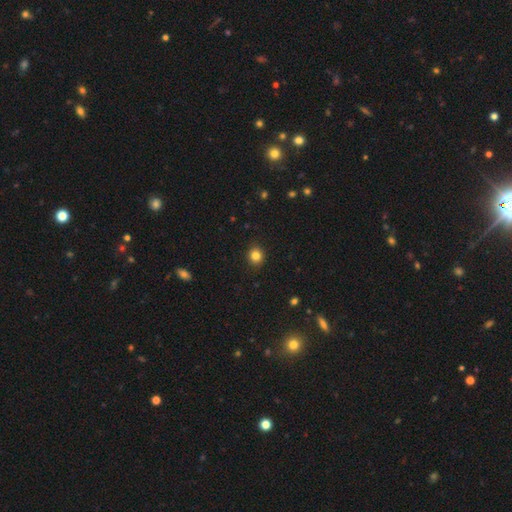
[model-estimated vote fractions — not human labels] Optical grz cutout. It shows a smooth galaxy with no disk features (83%) that is round (82%). Merging: none (90%).